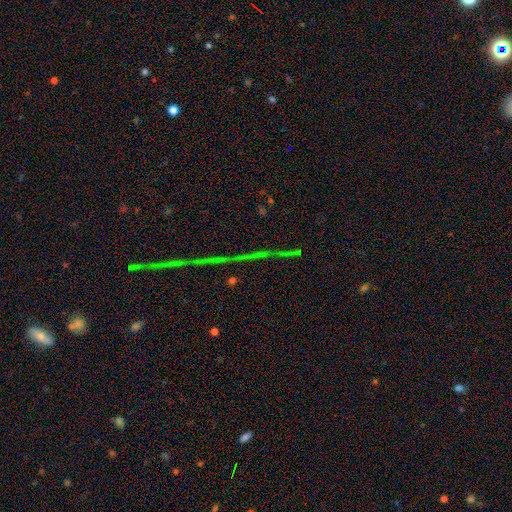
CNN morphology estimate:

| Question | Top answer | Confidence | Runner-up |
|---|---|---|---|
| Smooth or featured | star or artifact | 80% | featured or disk (12%) |